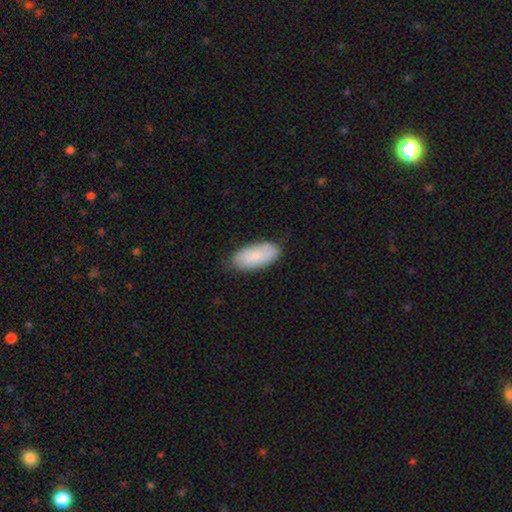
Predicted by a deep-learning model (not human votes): smooth-or-featured: smooth: 85% | featured or disk: 9% | star or artifact: 6%
  how-rounded: in between: 90% | cigar-shaped: 9% | round: 2%
  merging: none: 78% | minor disturbance: 18% | major disturbance: 3% | merger: 1%